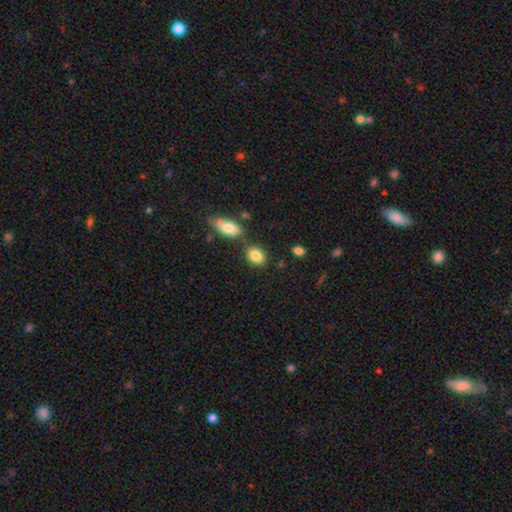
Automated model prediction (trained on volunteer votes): This is clearly a smooth galaxy (86%). How rounded: clearly in between (80%). Merging: likely none (70%).